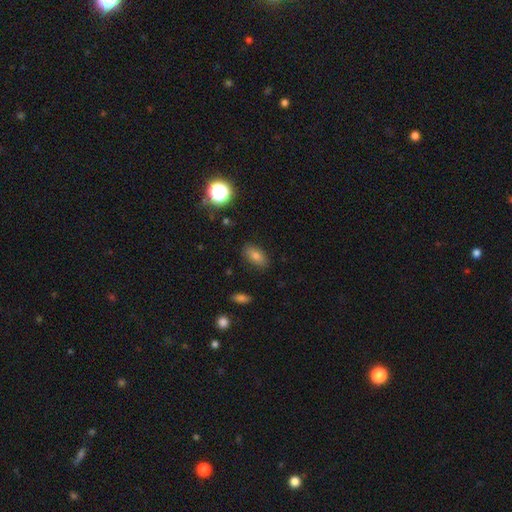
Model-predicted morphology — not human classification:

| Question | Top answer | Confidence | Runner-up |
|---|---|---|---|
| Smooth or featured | smooth | 74% | star or artifact (13%) |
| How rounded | in between | 87% | round (8%) |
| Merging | none | 85% | minor disturbance (11%) |